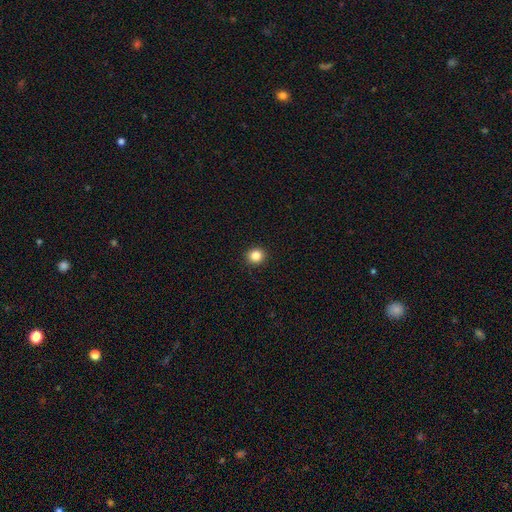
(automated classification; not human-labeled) Morphology: type=smooth (85%); roundness=round (89%); merging=none (92%).